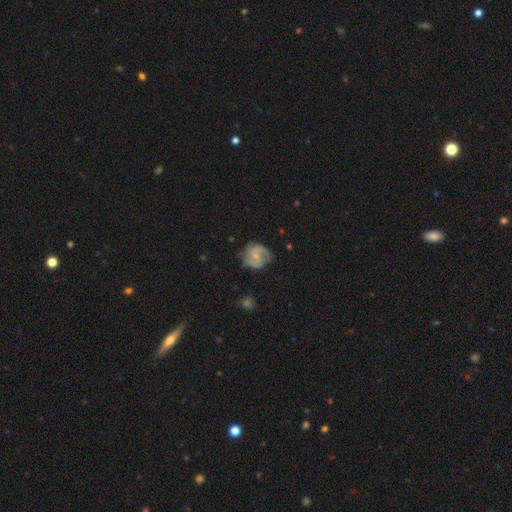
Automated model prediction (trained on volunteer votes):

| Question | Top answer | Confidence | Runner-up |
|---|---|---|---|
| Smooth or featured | featured or disk | 78% | smooth (16%) |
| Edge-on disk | no | 98% | yes (2%) |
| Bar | no | 50% | weak (42%) |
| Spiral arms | yes | 94% | no (6%) |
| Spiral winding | medium | 50% | tight (30%) |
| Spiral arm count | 2 | 77% | can't tell (9%) |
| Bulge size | small | 67% | moderate (20%) |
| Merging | none | 69% | minor disturbance (21%) |